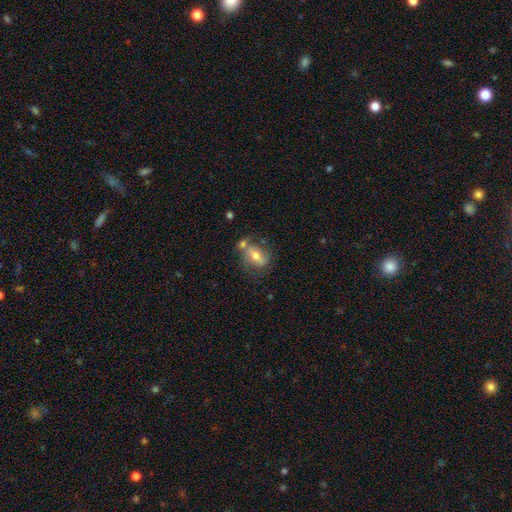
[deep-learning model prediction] Smooth or featured? smooth (52%)
How rounded? in between (74%)
Merging? none (47%)